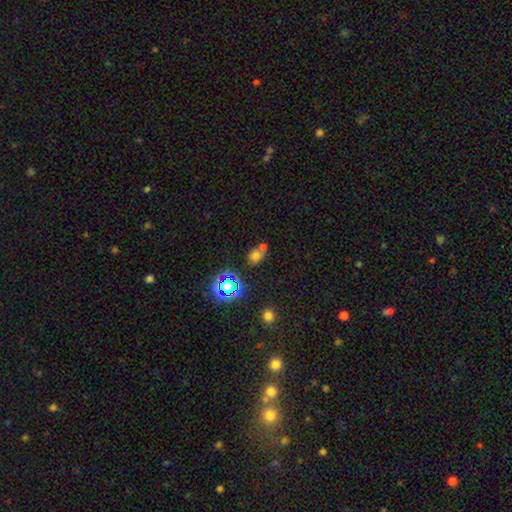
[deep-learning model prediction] Overall: smooth (65%). How rounded: round (53%; in between 45%). Merging: none (43%, tied with merger).